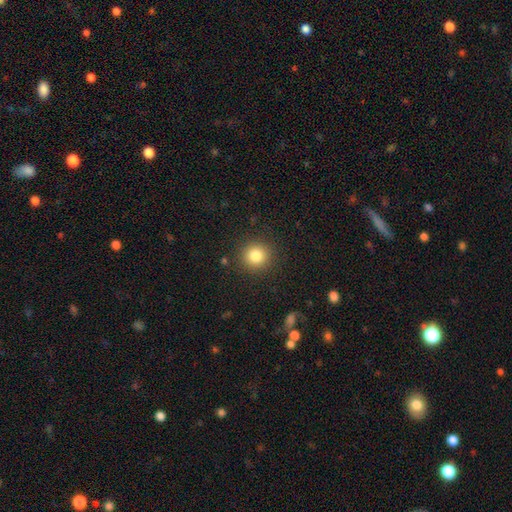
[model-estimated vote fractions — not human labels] Smooth or featured? smooth (82%)
How rounded? round (92%)
Merging? none (90%)